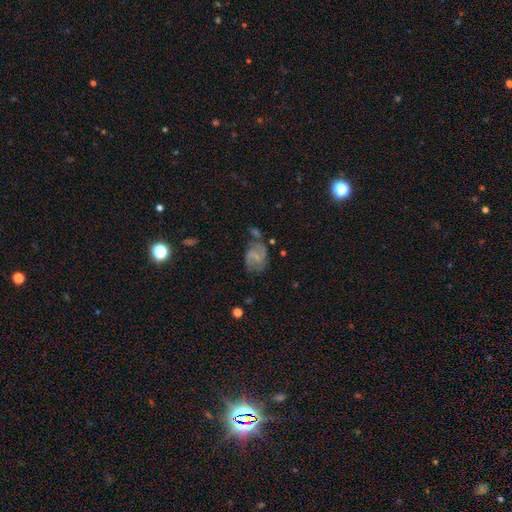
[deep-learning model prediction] Morphology: type=featured or disk (65%); edge-on=no (98%); bar=weak (49%); spiral arms=yes (86%); winding=medium (48%); arm count=2 (77%); bulge=small (57%); merging=none (47%).